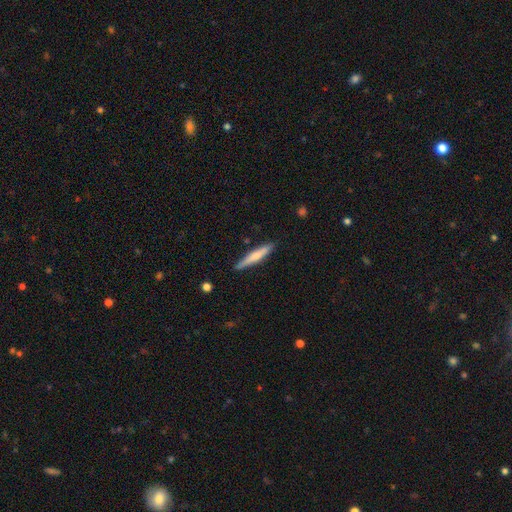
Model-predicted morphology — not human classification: type=smooth (58%); roundness=cigar-shaped (93%); merging=none (87%).